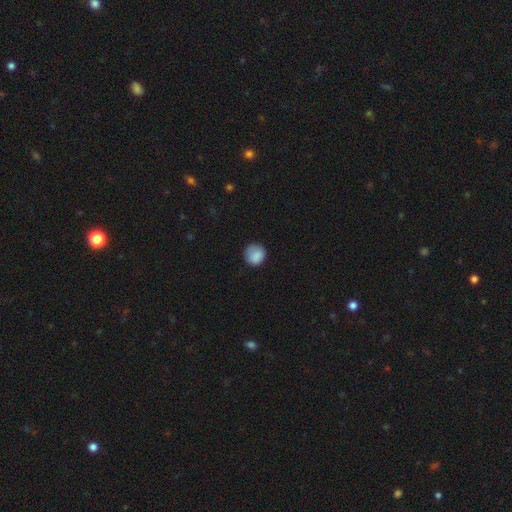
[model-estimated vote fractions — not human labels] smooth-or-featured: smooth: 86% | star or artifact: 8% | featured or disk: 6%
  how-rounded: round: 88% | in between: 11% | cigar-shaped: 1%
  merging: none: 77% | minor disturbance: 17% | major disturbance: 5% | merger: 1%